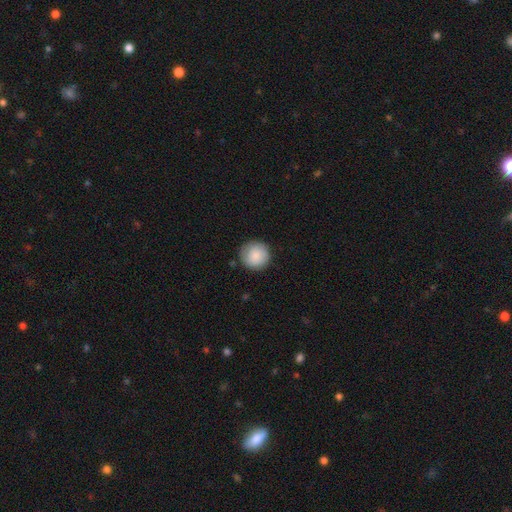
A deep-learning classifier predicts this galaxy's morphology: smooth_or_featured: smooth (p=0.86) [alt: featured or disk p=0.07]
how_rounded: round (p=0.95) [alt: in between p=0.04]
merging: none (p=0.86) [alt: minor disturbance p=0.10]